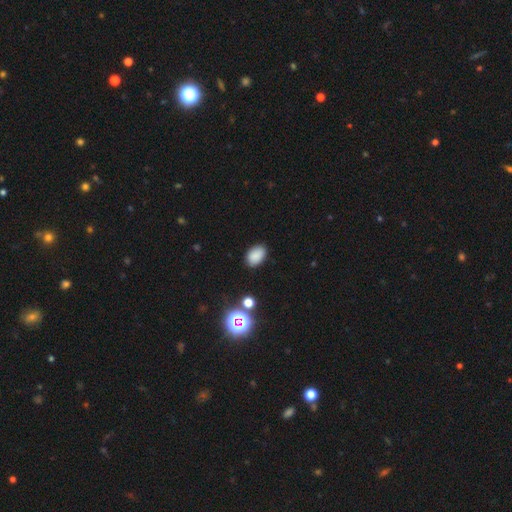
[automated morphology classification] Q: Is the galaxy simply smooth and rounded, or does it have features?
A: smooth — 85%.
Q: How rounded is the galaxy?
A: in between — 88%.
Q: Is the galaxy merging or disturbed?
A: none — 87%.